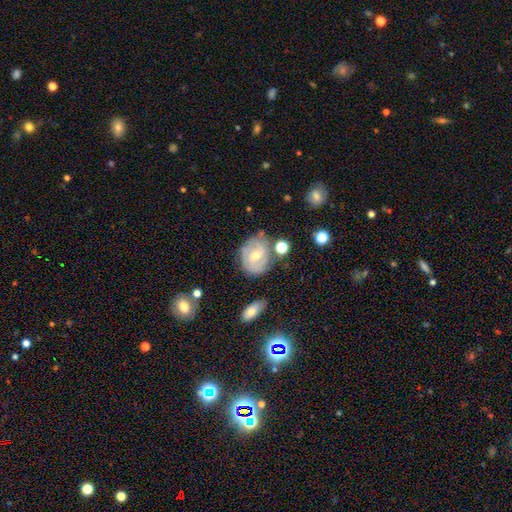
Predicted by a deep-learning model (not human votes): Smooth or featured? featured or disk (67%)
Edge-on disk? no (96%)
Bar? no (49%)
Spiral arms? yes (82%)
Spiral winding? tight (60%)
Spiral arm count? can't tell (39%)
Bulge size? moderate (53%)
Merging? none (65%)